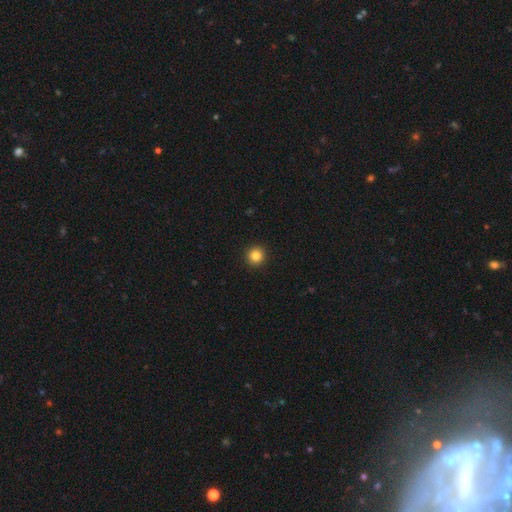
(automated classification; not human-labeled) smooth_or_featured: smooth (p=0.85) [alt: star or artifact p=0.11]
how_rounded: round (p=0.95) [alt: in between p=0.04]
merging: none (p=0.93) [alt: minor disturbance p=0.04]